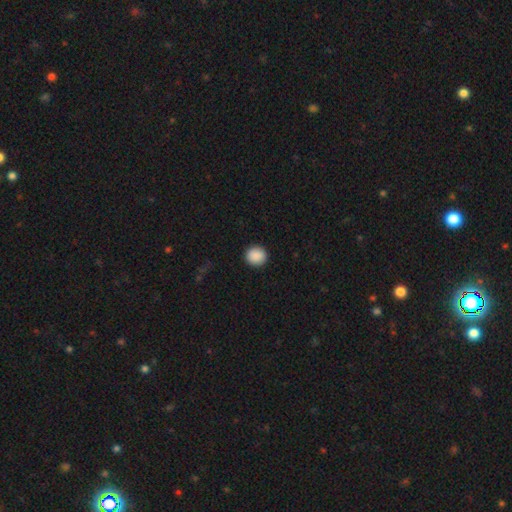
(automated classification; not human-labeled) Smooth or featured? smooth (90%)
How rounded? round (88%)
Merging? none (92%)